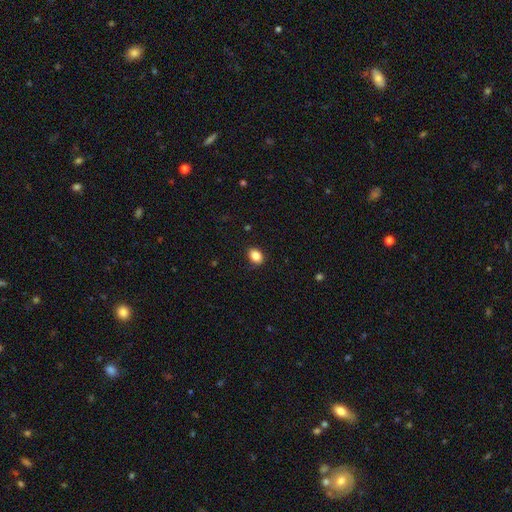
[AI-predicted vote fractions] Morphology: type=smooth (87%); roundness=in between (65%); merging=none (87%).